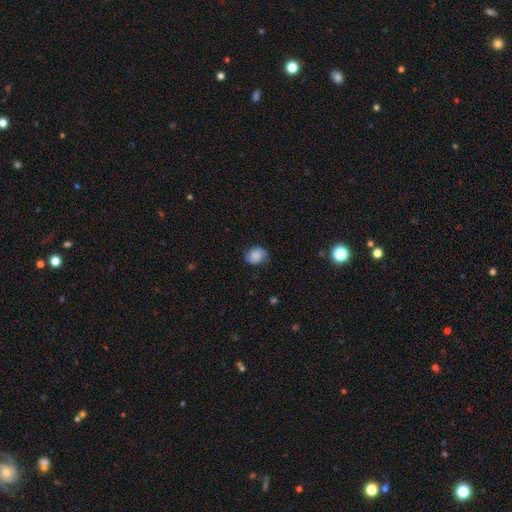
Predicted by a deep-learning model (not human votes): This is likely a smooth galaxy (71%). How rounded: possibly round (53%). Merging: likely none (71%).